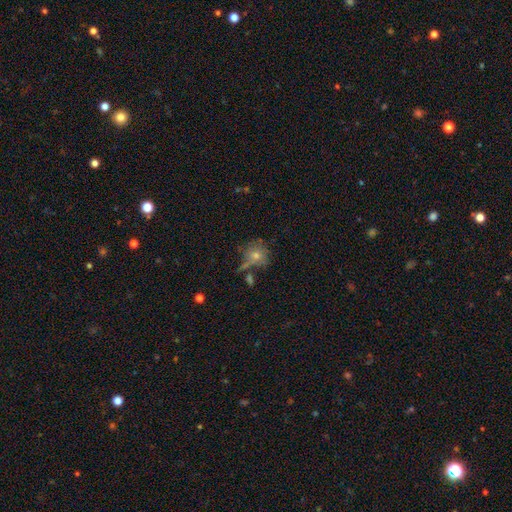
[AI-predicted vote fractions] The model was most divided on "smooth or featured": smooth: 49%, featured or disk: 28%, star or artifact: 23%. More confident: merging — none (61%).